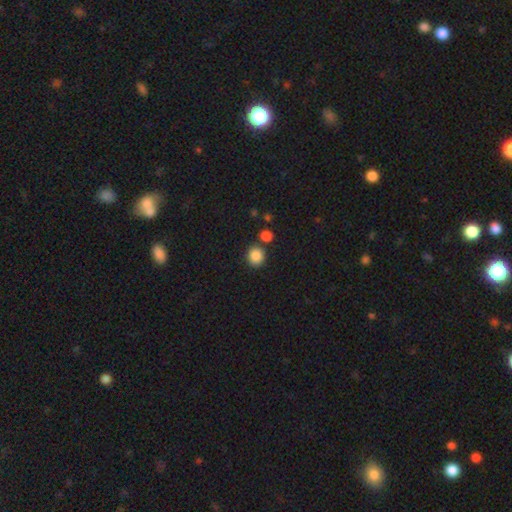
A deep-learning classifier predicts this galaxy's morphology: Smooth or featured? Predicted: smooth (p=0.86). How rounded? Predicted: round (p=0.83). Merging? Predicted: none (p=0.78).